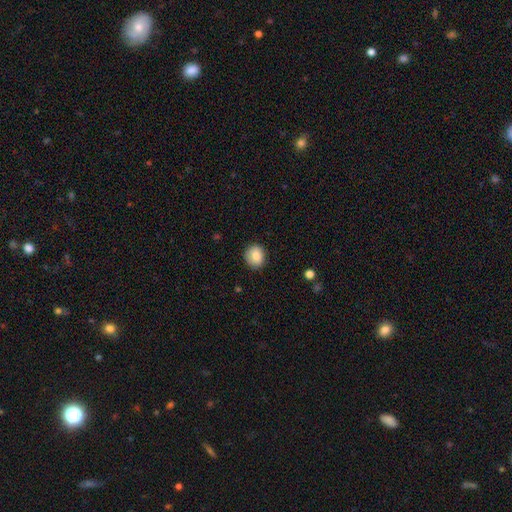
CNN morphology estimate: Smooth or featured? Predicted: smooth (p=0.87). How rounded? Predicted: round (p=0.73). Merging? Predicted: none (p=0.87).